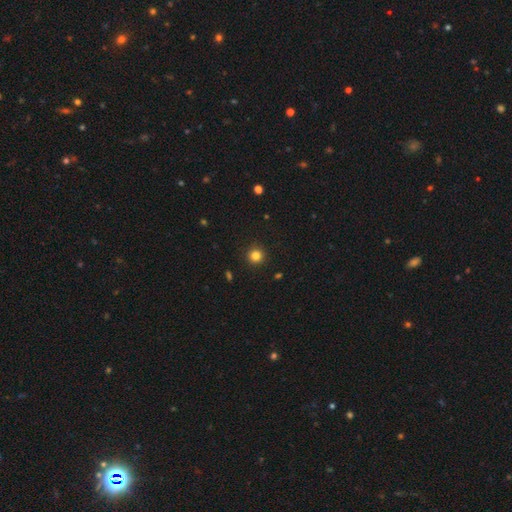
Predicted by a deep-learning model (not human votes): smooth_or_featured: smooth (p=0.82) [alt: star or artifact p=0.13]
how_rounded: round (p=0.95) [alt: in between p=0.04]
merging: none (p=0.93) [alt: minor disturbance p=0.04]